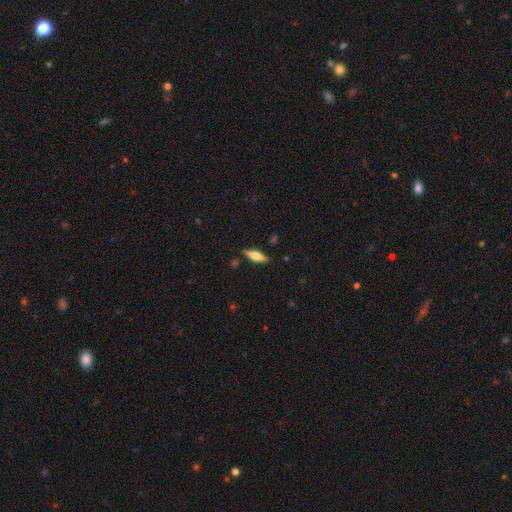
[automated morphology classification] The model was most divided on "smooth or featured": featured or disk: 51%, smooth: 42%, star or artifact: 7%. More confident: edge-on disk — yes (94%); merging — none (85%).